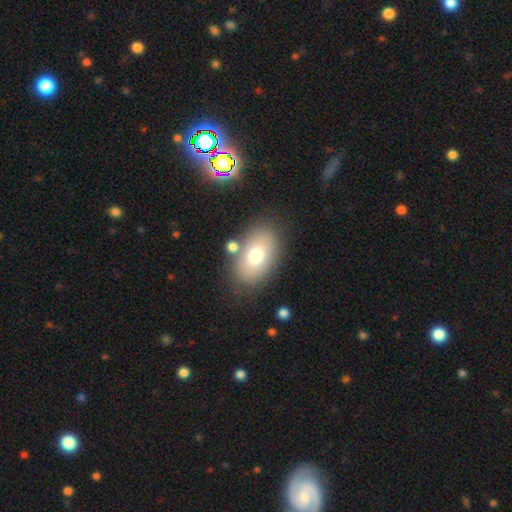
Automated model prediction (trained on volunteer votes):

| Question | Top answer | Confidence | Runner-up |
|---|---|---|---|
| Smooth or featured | smooth | 75% | featured or disk (17%) |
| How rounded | in between | 91% | round (8%) |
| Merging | none | 76% | minor disturbance (13%) |